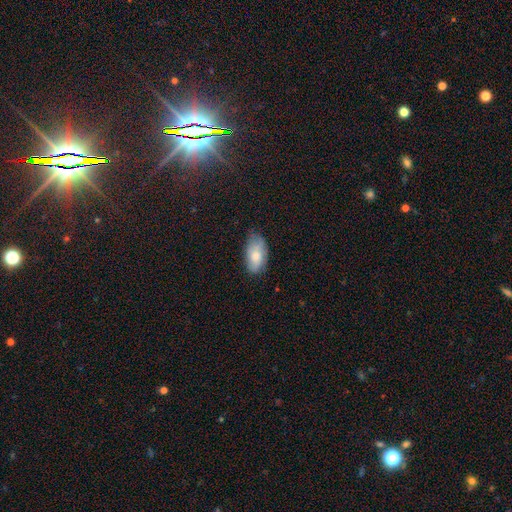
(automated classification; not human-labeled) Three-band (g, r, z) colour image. It shows a smooth galaxy with no disk features (74%) that is in between round and cigar-shaped (93%). Merging: none (64%).